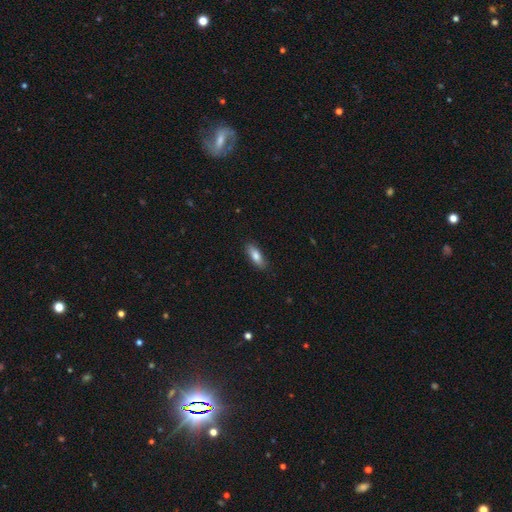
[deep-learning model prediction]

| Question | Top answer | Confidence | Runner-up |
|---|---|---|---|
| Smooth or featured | smooth | 81% | featured or disk (13%) |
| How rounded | in between | 68% | cigar-shaped (30%) |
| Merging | none | 86% | minor disturbance (11%) |